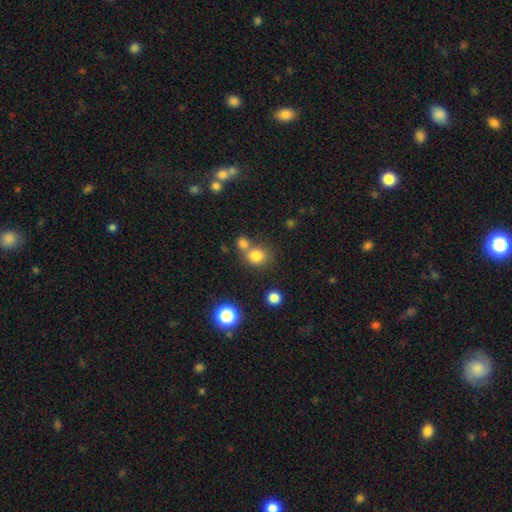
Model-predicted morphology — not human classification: Smooth or featured?
  - smooth: 79% *
  - star or artifact: 14%
  - featured or disk: 7%
How rounded?
  - round: 80% *
  - in between: 19%
  - cigar-shaped: 1%
Merging?
  - none: 55% *
  - merger: 33%
  - minor disturbance: 8%
  - major disturbance: 4%